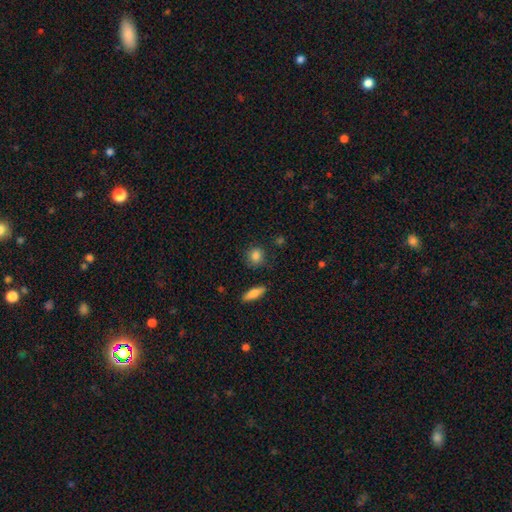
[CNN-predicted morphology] smooth_or_featured: smooth (p=0.85) [alt: star or artifact p=0.09]
how_rounded: round (p=0.75) [alt: in between p=0.22]
merging: none (p=0.81) [alt: minor disturbance p=0.13]